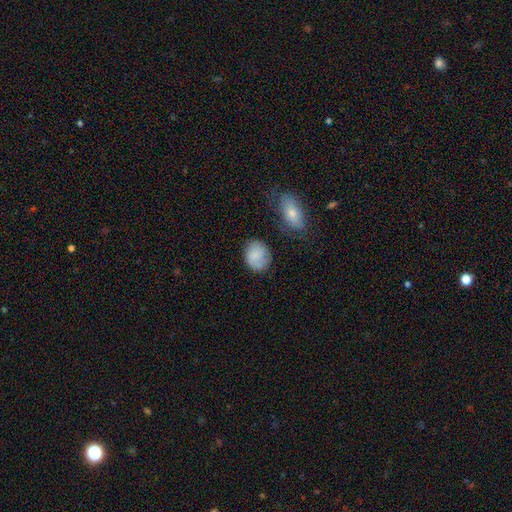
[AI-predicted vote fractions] smooth_or_featured: smooth (p=0.79) [alt: featured or disk p=0.14]
how_rounded: round (p=0.55) [alt: in between p=0.44]
merging: none (p=0.68) [alt: minor disturbance p=0.21]